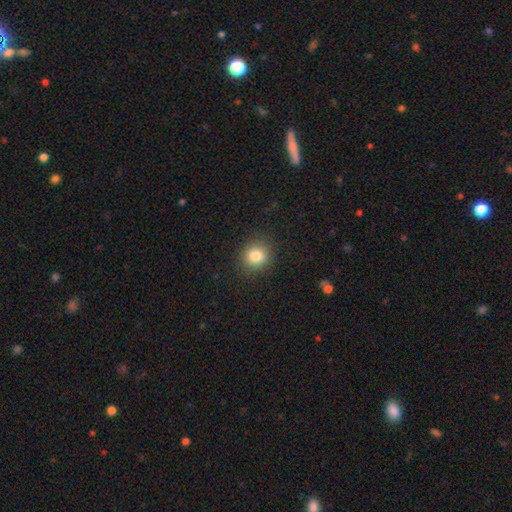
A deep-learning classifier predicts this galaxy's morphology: A smooth galaxy with no disk features (82%) that is round (85%). Merging: none (89%).